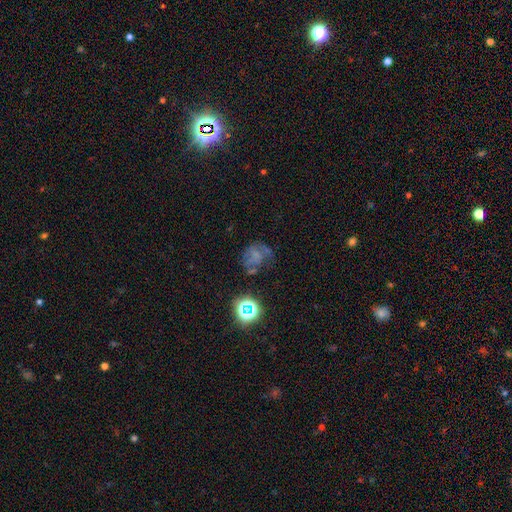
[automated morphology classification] Smooth or featured? Predicted: smooth (p=0.37). Merging? Predicted: none (p=0.42).